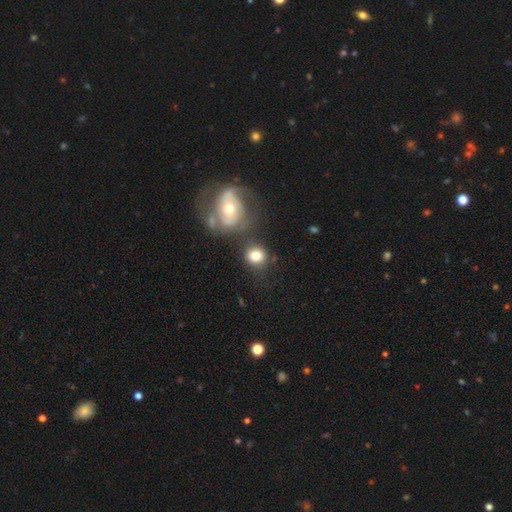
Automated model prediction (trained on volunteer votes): Smooth or featured: smooth — 78% (featured or disk — 12%)
How rounded: round — 81% (in between — 18%)
Merging: none — 64% (merger — 16%)